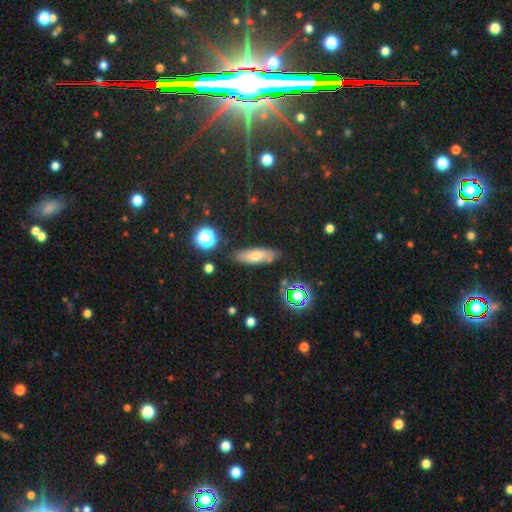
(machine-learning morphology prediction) Smooth or featured: smooth — 64% (featured or disk — 23%)
How rounded: in between — 52% (cigar-shaped — 44%)
Merging: none — 81% (minor disturbance — 13%)